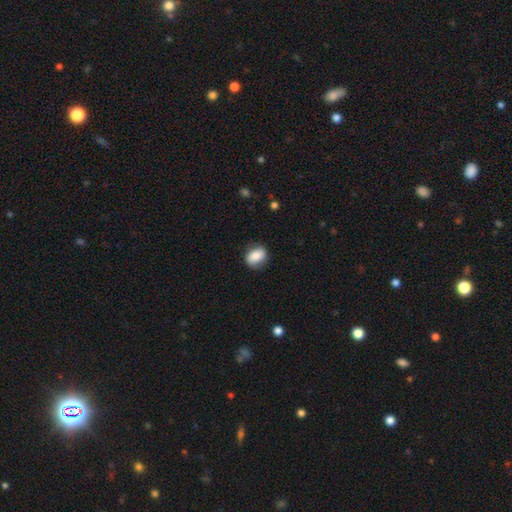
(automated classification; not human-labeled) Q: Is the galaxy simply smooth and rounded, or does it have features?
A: smooth — 74%.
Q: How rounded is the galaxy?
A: in between — 62%.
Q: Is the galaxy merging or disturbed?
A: none — 80%.